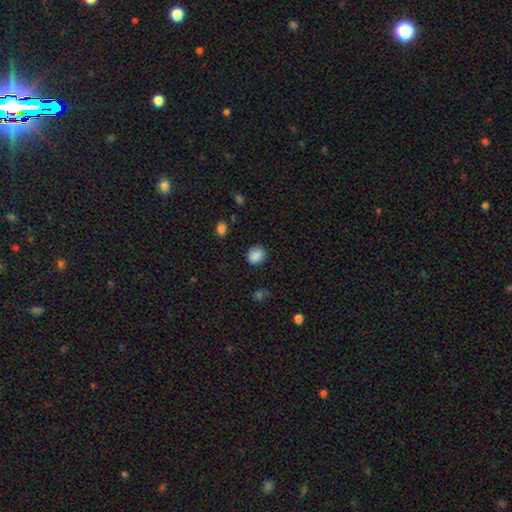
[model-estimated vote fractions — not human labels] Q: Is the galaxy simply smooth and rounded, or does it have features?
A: smooth — 86%.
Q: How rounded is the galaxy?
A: round — 66%.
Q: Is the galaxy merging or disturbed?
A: none — 84%.